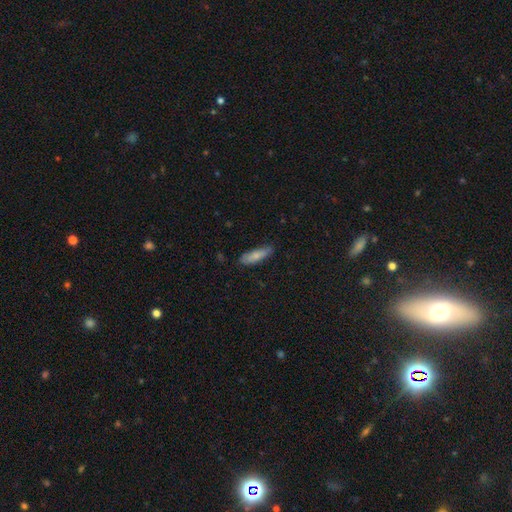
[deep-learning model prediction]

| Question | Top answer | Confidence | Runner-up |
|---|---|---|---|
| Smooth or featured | smooth | 77% | featured or disk (17%) |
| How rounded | cigar-shaped | 51% | in between (48%) |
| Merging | none | 73% | minor disturbance (22%) |